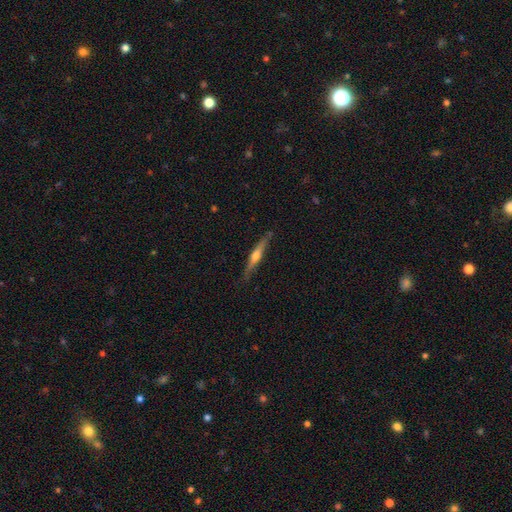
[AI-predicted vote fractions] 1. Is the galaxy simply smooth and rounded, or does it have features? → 63% featured or disk, 31% smooth, 6% star or artifact.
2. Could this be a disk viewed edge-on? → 96% yes, 4% no.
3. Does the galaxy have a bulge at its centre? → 84% rounded, 9% none, 8% boxy.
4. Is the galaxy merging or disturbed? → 82% none, 14% minor disturbance, 2% major disturbance, 2% merger.